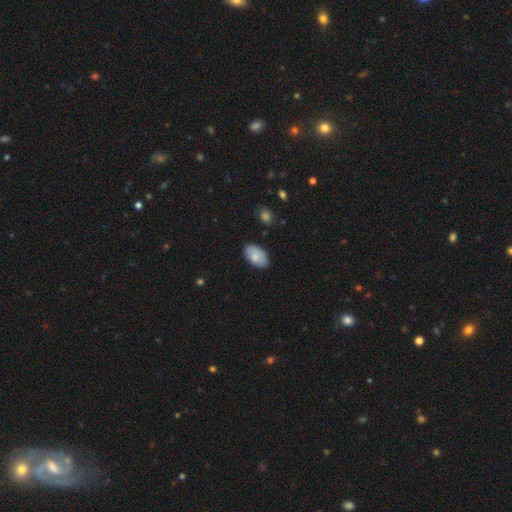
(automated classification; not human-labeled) The model was most divided on "smooth or featured": smooth: 78%, featured or disk: 15%, star or artifact: 6%. More confident: how rounded — in between (94%); merging — none (81%).